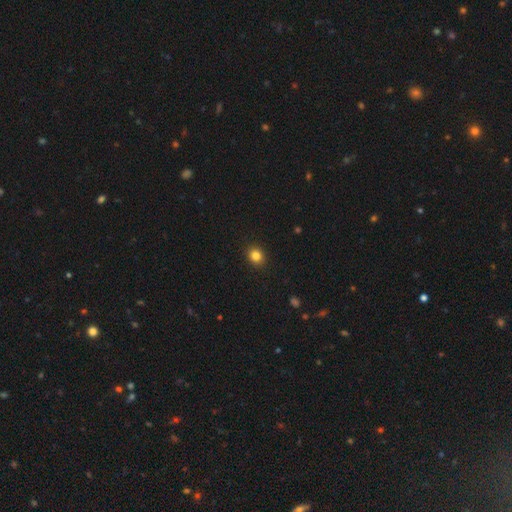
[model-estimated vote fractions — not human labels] Morphology: type=smooth (83%); roundness=round (74%); merging=none (92%).